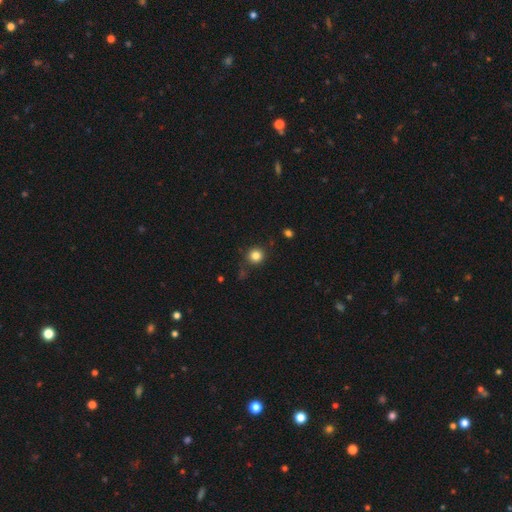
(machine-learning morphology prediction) Overall: smooth (83%). How rounded: round (92%). Merging: none (85%).